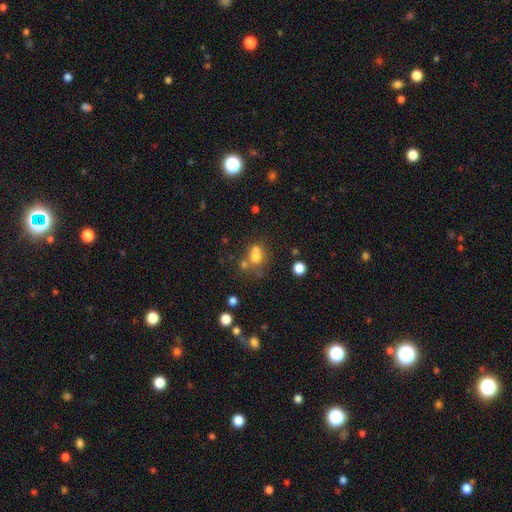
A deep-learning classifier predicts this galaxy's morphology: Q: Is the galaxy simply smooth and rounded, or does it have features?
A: smooth — 67%.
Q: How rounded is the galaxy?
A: round — 70%.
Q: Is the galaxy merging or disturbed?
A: merger — 48%.